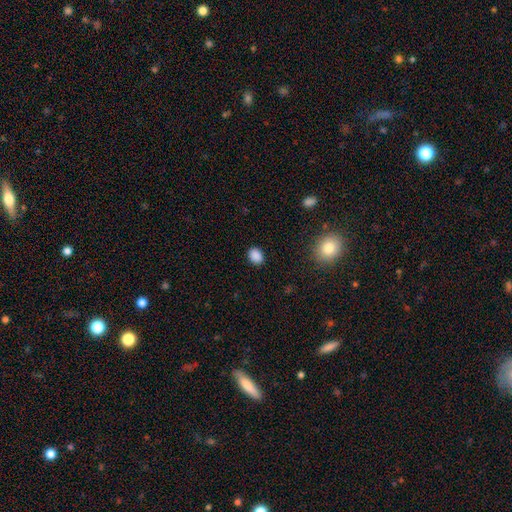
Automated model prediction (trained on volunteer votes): smooth-or-featured: smooth: 87% | star or artifact: 10% | featured or disk: 3%
  how-rounded: in between: 63% | round: 36% | cigar-shaped: 1%
  merging: none: 88% | minor disturbance: 9% | major disturbance: 2% | merger: 1%